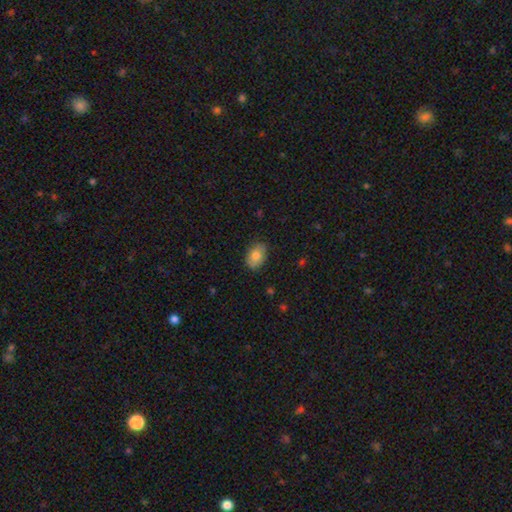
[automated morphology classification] This is likely a smooth galaxy (80%). How rounded: clearly in between (83%). Merging: clearly none (81%).